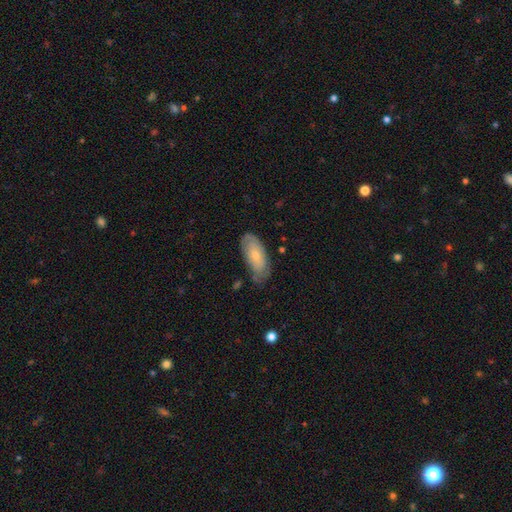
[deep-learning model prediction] The model was most divided on "smooth or featured": smooth: 63%, featured or disk: 31%, star or artifact: 6%. More confident: how rounded — in between (88%); merging — none (64%).